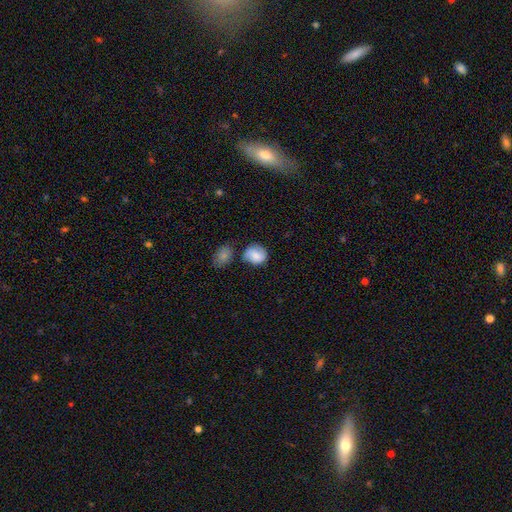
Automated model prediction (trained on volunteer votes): Smooth or featured? Predicted: smooth (p=0.69). How rounded? Predicted: round (p=0.65). Merging? Predicted: none (p=0.60).